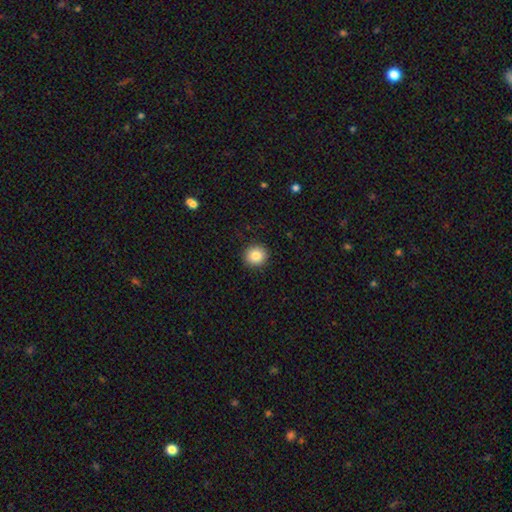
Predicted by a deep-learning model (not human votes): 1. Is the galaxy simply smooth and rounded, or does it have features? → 85% smooth, 9% star or artifact, 6% featured or disk.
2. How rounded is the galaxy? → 87% round, 12% in between, 1% cigar-shaped.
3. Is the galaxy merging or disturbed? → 91% none, 6% minor disturbance, 2% major disturbance, 1% merger.